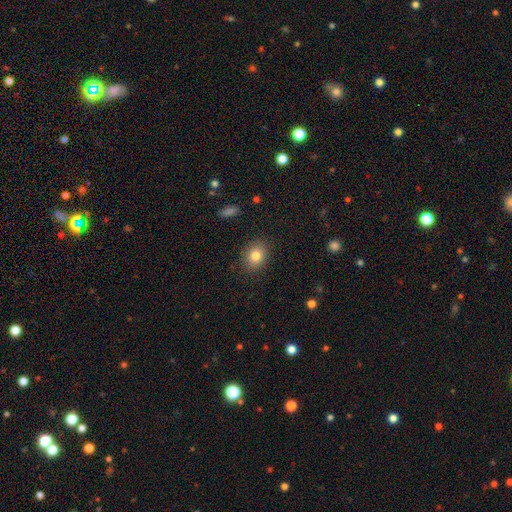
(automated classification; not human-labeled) A smooth galaxy with no disk features (81%) that is in between round and cigar-shaped (52%).

Vote fractions:
- Smooth or featured? smooth: 81% / star or artifact: 10% / featured or disk: 9%
- How rounded? in between: 52% / round: 47% / cigar-shaped: 1%
- Merging? none: 88% / minor disturbance: 9% / major disturbance: 3% / merger: 1%